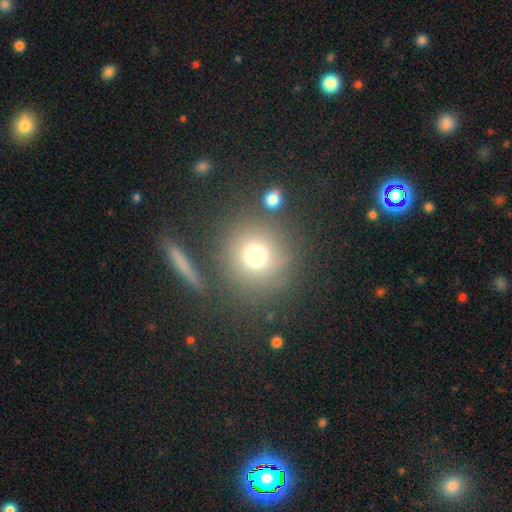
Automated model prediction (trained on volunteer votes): Smooth or featured? Predicted: smooth (p=0.74). How rounded? Predicted: round (p=0.91). Merging? Predicted: none (p=0.78).